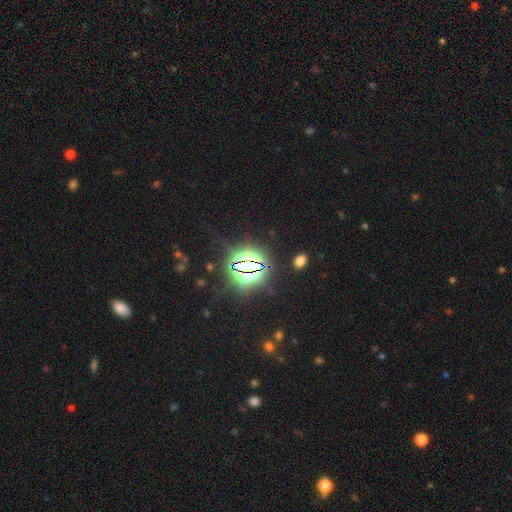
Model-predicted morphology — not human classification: Smooth or featured: star or artifact — 82% (smooth — 10%)